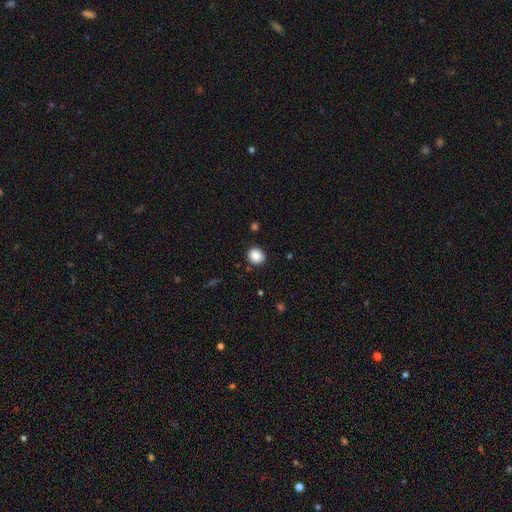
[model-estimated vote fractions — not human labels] This is clearly a smooth galaxy (88%). How rounded: likely round (74%). Merging: clearly none (87%).